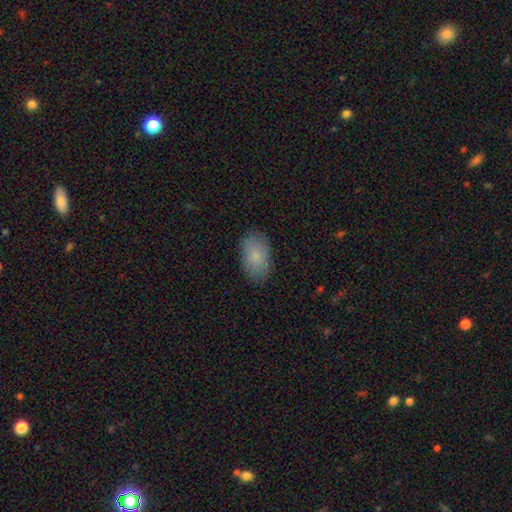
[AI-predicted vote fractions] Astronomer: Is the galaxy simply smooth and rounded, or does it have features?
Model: smooth — 83%.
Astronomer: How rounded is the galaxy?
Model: in between — 93%.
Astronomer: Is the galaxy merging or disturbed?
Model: none — 83%.